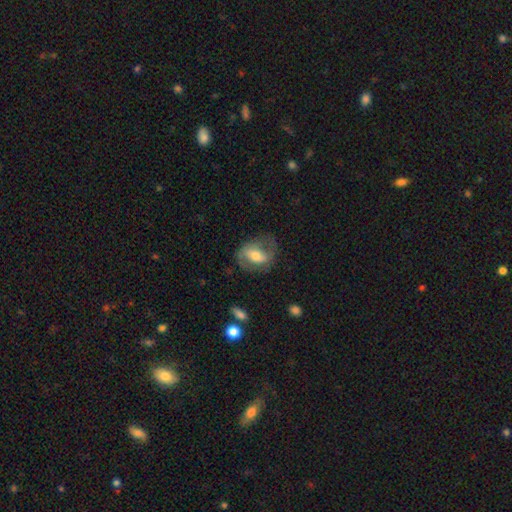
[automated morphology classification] featured or disk 60%, smooth 33%, star or artifact 7%. Down the decision tree: edge-on disk — no (94%); bar — strong (37%, tied with weak); spiral arms — yes (75%); bulge size — moderate (57%); merging — none (64%).